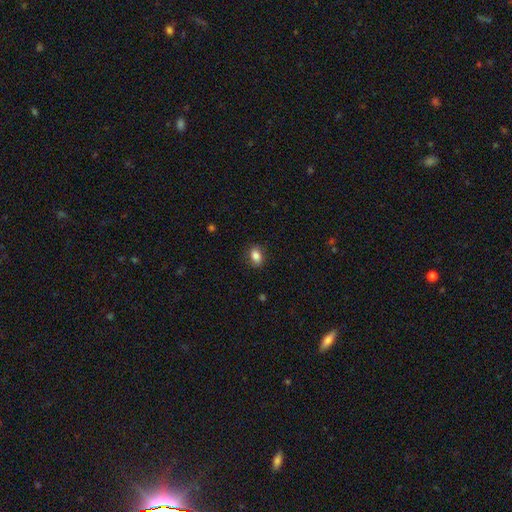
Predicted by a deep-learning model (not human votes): smooth-or-featured: smooth: 84% | star or artifact: 9% | featured or disk: 7%
  how-rounded: in between: 77% | round: 21% | cigar-shaped: 2%
  merging: none: 84% | minor disturbance: 12% | major disturbance: 3% | merger: 1%